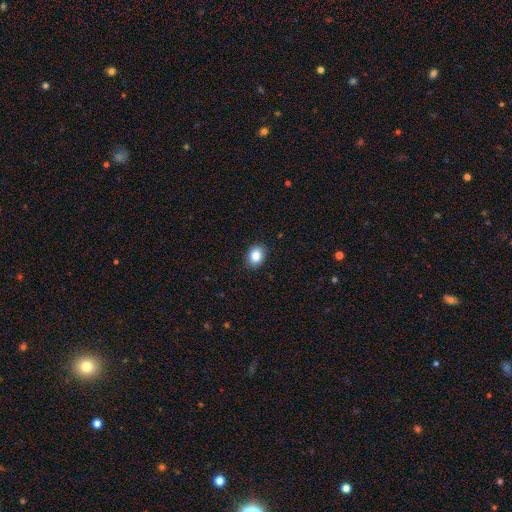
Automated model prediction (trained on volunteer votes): This appears to be a smooth galaxy with no disk features (86%) that is in between round and cigar-shaped (59%). Merging: none (87%).